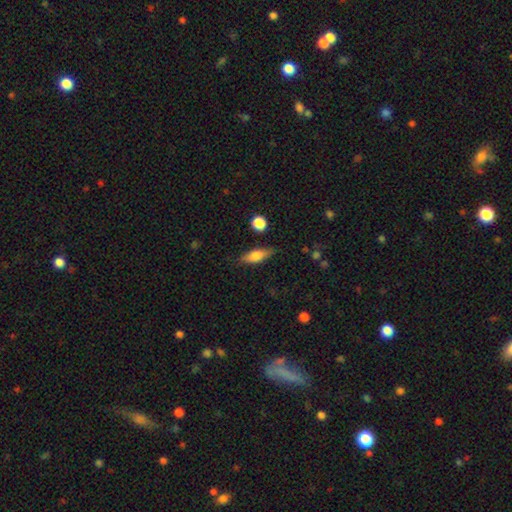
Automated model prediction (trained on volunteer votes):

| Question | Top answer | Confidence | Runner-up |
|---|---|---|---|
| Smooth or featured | smooth | 69% | featured or disk (24%) |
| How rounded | in between | 58% | cigar-shaped (38%) |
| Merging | none | 81% | minor disturbance (14%) |